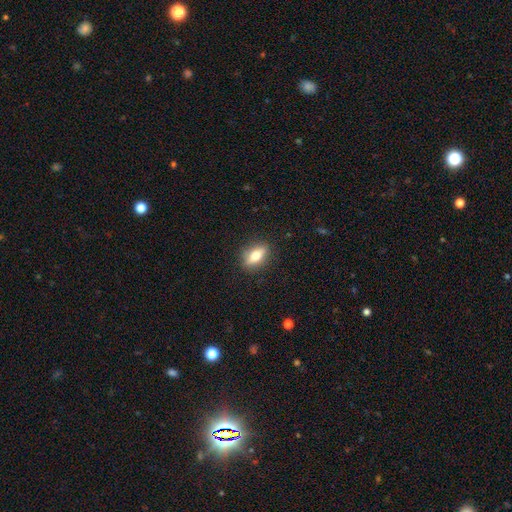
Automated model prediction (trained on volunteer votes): A smooth galaxy with no disk features (61%) that is in between round and cigar-shaped (73%).

Vote fractions:
- Smooth or featured? smooth: 61% / featured or disk: 32% / star or artifact: 8%
- How rounded? in between: 73% / cigar-shaped: 18% / round: 10%
- Merging? none: 87% / minor disturbance: 9% / major disturbance: 3% / merger: 1%